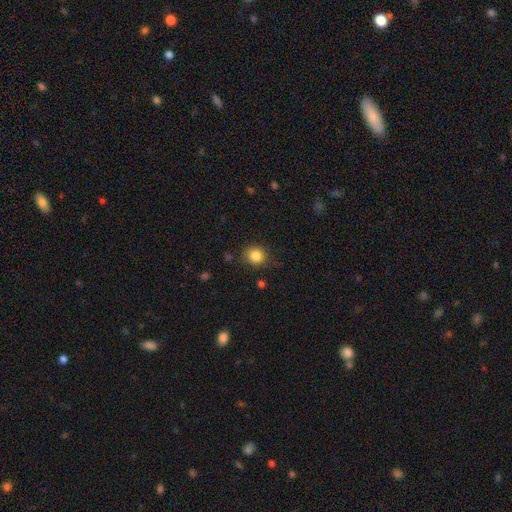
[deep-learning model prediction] A smooth galaxy with no disk features (84%) that is round (87%). Merging: none (83%).